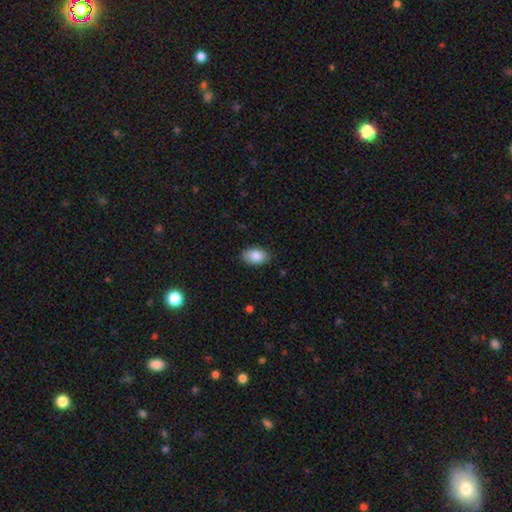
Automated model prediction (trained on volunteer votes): This appears to be a smooth galaxy with no disk features (87%) that is in between round and cigar-shaped (90%). Merging: none (83%).